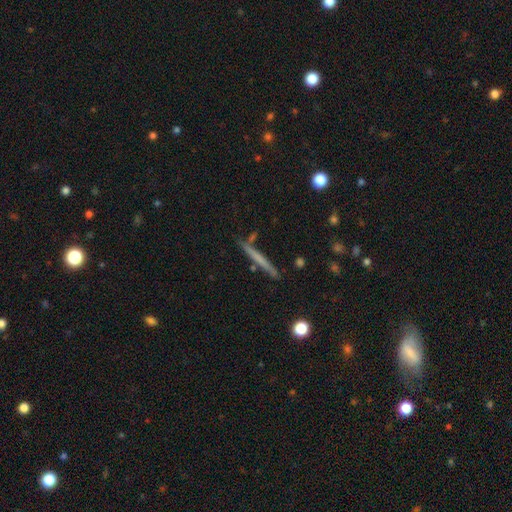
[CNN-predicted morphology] Smooth or featured?
  - smooth: 51% *
  - featured or disk: 43%
  - star or artifact: 6%
How rounded?
  - cigar-shaped: 96% *
  - in between: 2%
  - round: 2%
Merging?
  - none: 87% *
  - minor disturbance: 9%
  - merger: 3%
  - major disturbance: 2%